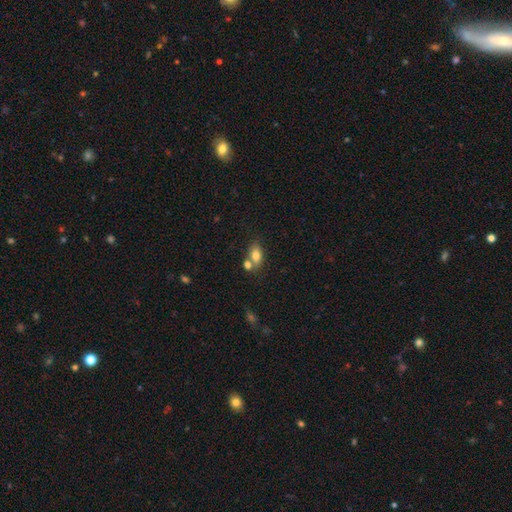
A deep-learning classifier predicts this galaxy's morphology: Smooth or featured? Predicted: smooth (p=0.78). How rounded? Predicted: in between (p=0.82). Merging? Predicted: none (p=0.50).